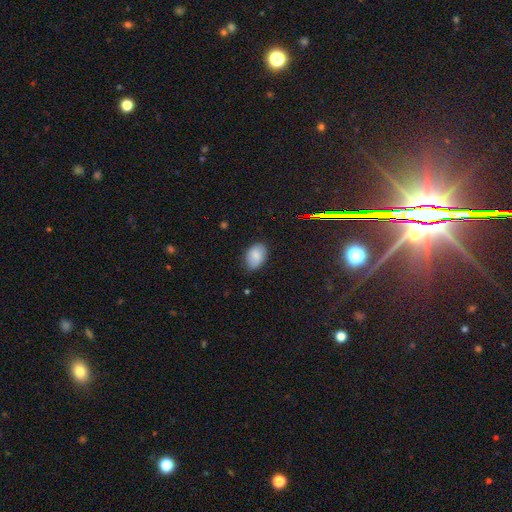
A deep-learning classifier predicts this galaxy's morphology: Smooth or featured: smooth — 81% (featured or disk — 10%)
How rounded: in between — 87% (round — 12%)
Merging: none — 78% (minor disturbance — 18%)